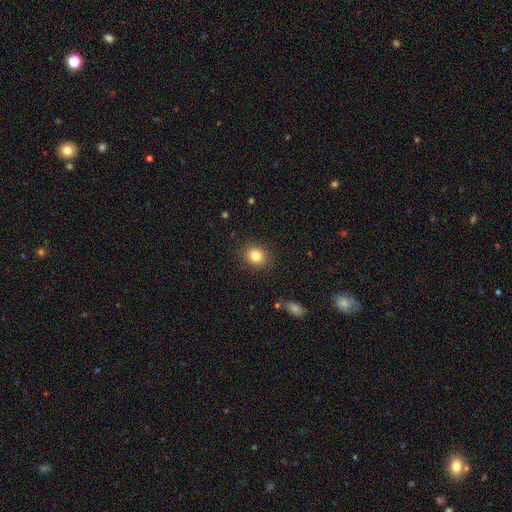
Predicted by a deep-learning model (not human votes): smooth-or-featured: smooth: 82% | star or artifact: 11% | featured or disk: 7%
  how-rounded: round: 74% | in between: 25% | cigar-shaped: 1%
  merging: none: 89% | minor disturbance: 8% | major disturbance: 2% | merger: 1%